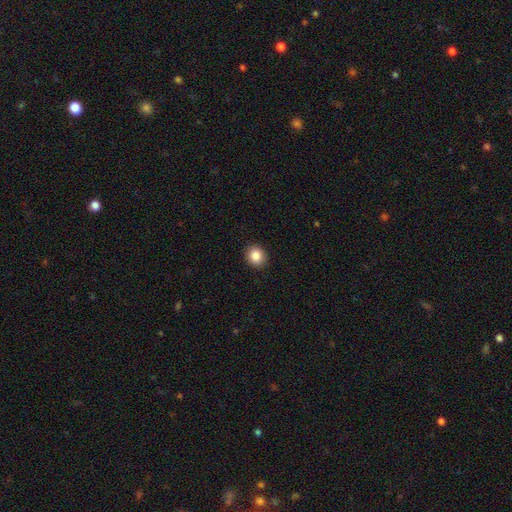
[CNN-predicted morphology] The model was most divided on "how rounded": round: 71%, in between: 28%, cigar-shaped: 1%. More confident: merging — none (91%); smooth or featured — smooth (86%).